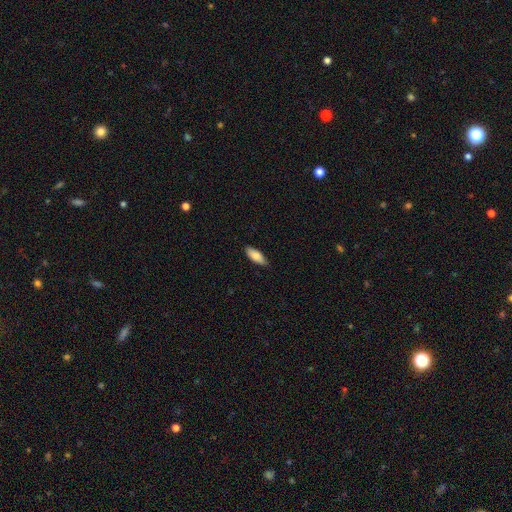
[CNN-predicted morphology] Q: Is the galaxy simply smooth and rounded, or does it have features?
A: smooth — 81%.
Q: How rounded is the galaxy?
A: in between — 73%.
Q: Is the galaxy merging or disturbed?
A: none — 84%.